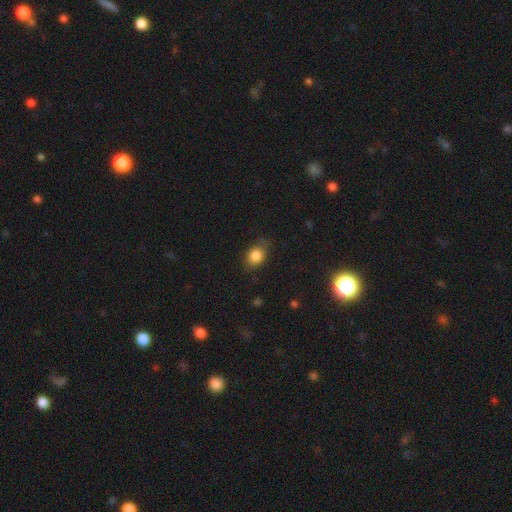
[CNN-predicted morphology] type=smooth (83%); roundness=in between (53%); merging=none (73%).